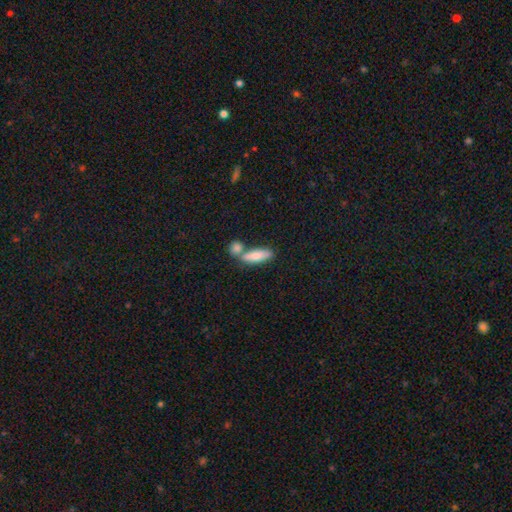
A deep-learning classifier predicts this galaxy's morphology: A smooth galaxy with no disk features (76%) that is in between round and cigar-shaped (54%). Merging: none (49%).